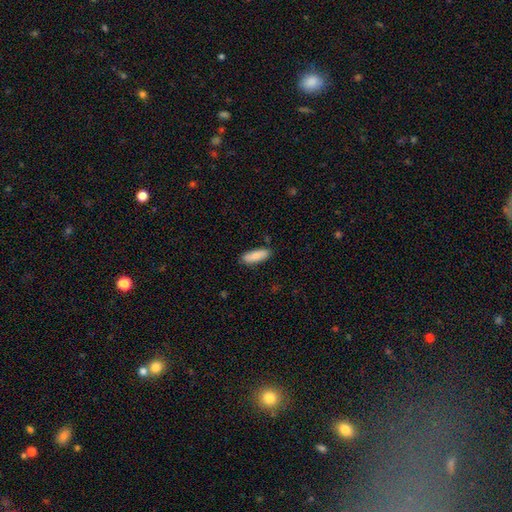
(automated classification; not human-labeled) Smooth or featured: smooth — 87% (featured or disk — 7%)
How rounded: in between — 58% (cigar-shaped — 41%)
Merging: none — 85% (minor disturbance — 11%)